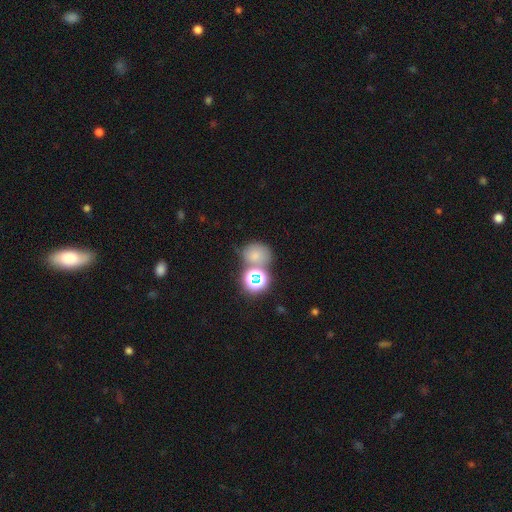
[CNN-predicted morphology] The model was most divided on "merging": none: 52%, merger: 27%, minor disturbance: 14%, major disturbance: 7%. More confident: how rounded — round (63%); smooth or featured — smooth (63%).